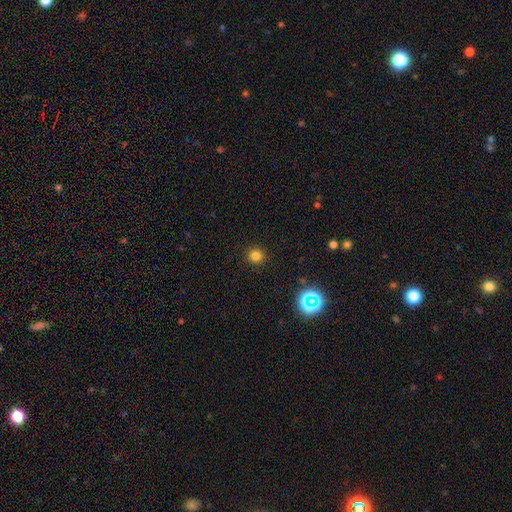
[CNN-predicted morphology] Overall: smooth (79%). How rounded: round (91%). Merging: none (91%).